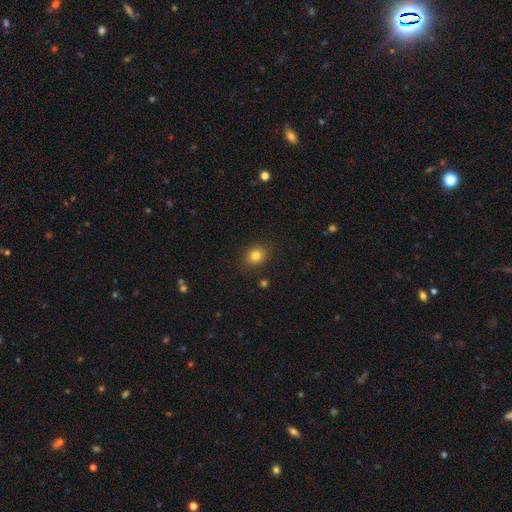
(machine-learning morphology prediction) A smooth galaxy with no disk features (80%) that is round (54%). Merging: none (86%).